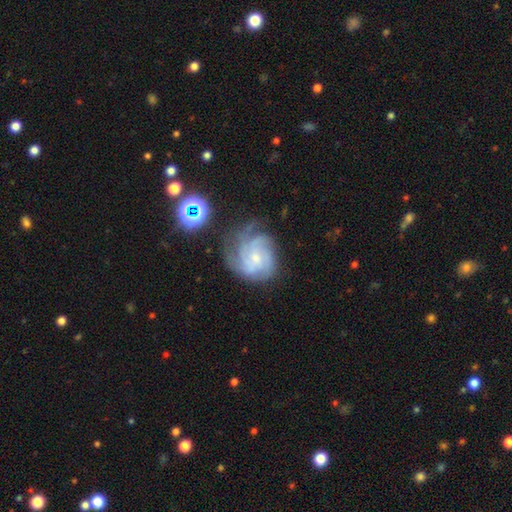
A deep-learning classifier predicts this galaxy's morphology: featured or disk 76%, smooth 14%, star or artifact 10%. Down the decision tree: edge-on disk — no (98%); bar — no (71%); spiral arms — yes (93%); spiral arm count — 3 (27%, tied with can't tell); spiral winding — tight (52%); bulge size — small (64%); merging — none (54%).